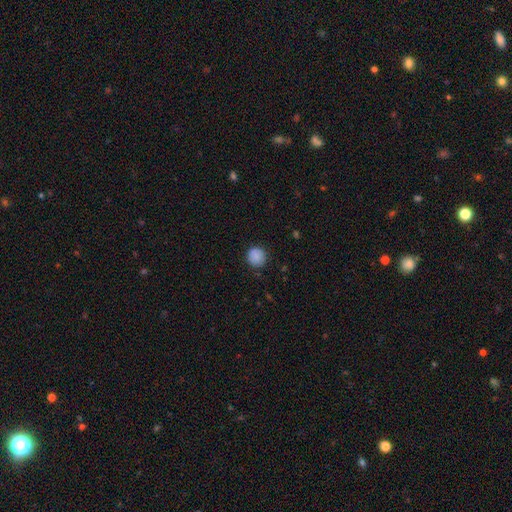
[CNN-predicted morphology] This appears to be a smooth galaxy with no disk features (85%) that is round (90%). Merging: none (80%).